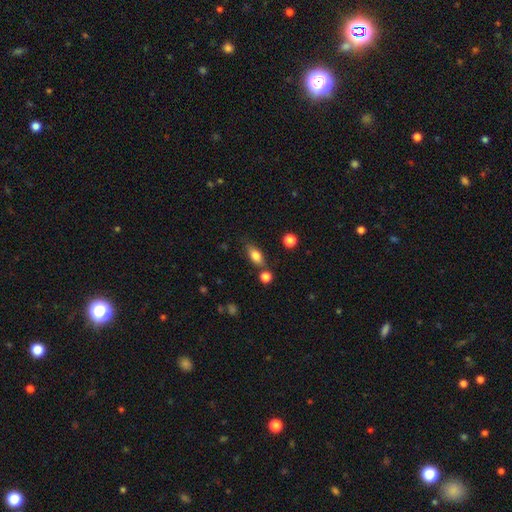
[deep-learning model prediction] smooth 77%, featured or disk 14%, star or artifact 9%. Down the decision tree: how rounded — in between (79%); merging — none (68%).